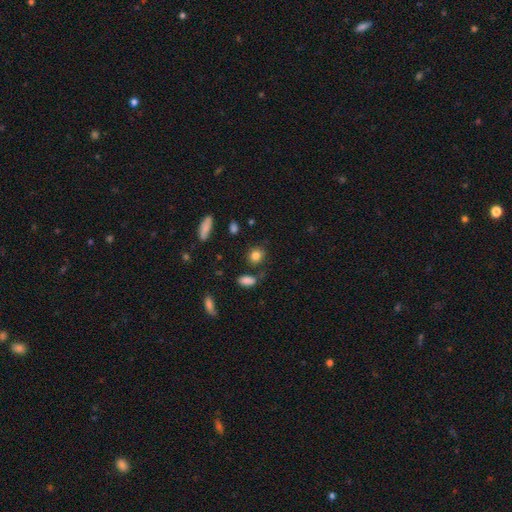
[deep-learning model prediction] smooth 83%, star or artifact 11%, featured or disk 6%. Down the decision tree: how rounded — round (66%); merging — none (75%).